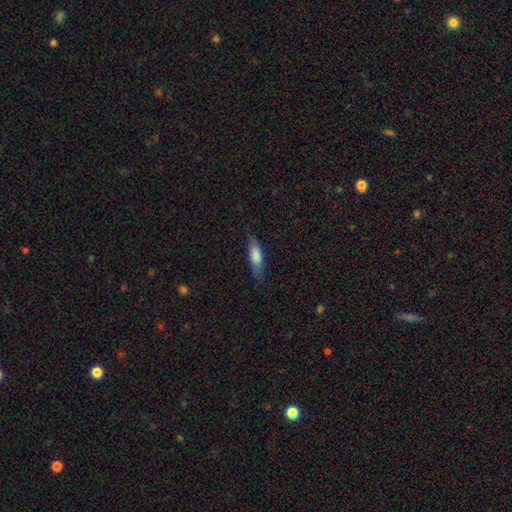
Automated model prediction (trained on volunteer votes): Smooth or featured? smooth (73%)
How rounded? cigar-shaped (50%)
Merging? none (74%)